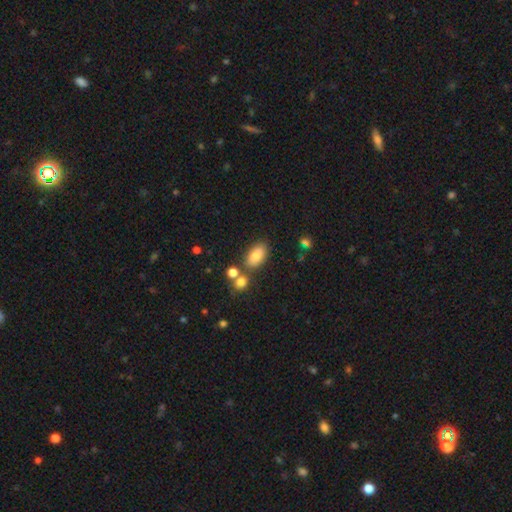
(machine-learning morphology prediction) type=smooth (80%); roundness=in between (90%); merging=none (71%).